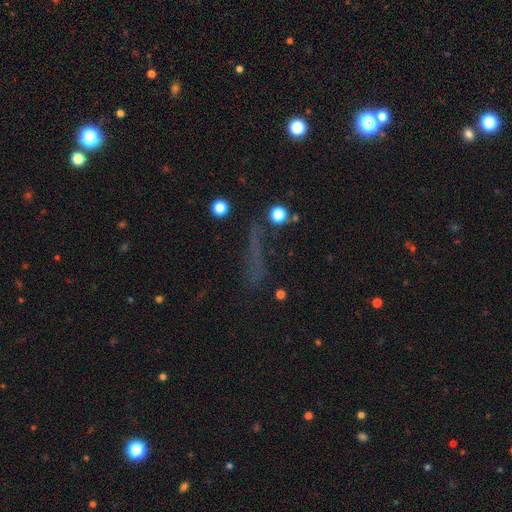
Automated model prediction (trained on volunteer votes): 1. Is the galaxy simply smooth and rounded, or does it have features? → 40% smooth (tied), 40% star or artifact (tied), 20% featured or disk.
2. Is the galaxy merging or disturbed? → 55% none, 21% major disturbance, 16% minor disturbance, 7% merger.